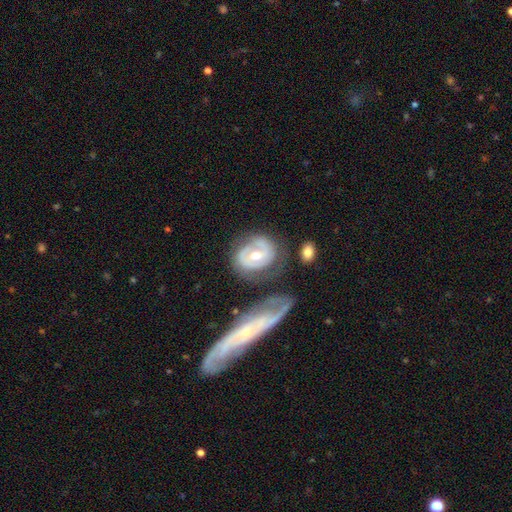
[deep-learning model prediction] Smooth or featured? Predicted: featured or disk (p=0.66). Edge-on disk? Predicted: no (p=0.94). Bar? Predicted: no (p=0.65). Spiral arms? Predicted: yes (p=0.60). Bulge size? Predicted: moderate (p=0.65). Merging? Predicted: none (p=0.56).